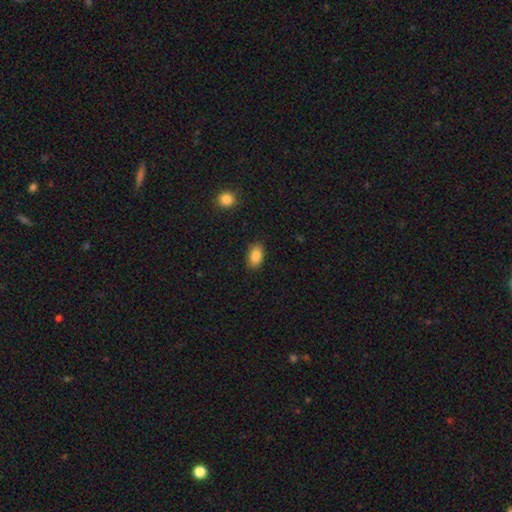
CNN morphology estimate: A smooth galaxy with no disk features (86%) that is in between round and cigar-shaped (90%). Merging: none (86%).